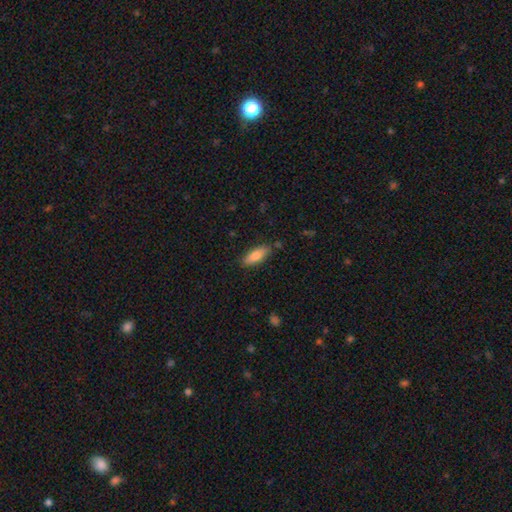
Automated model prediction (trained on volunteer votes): Q: Smooth or featured?
A: smooth (82%); runner-up: featured or disk (11%)
Q: How rounded?
A: in between (64%); runner-up: cigar-shaped (34%)
Q: Merging?
A: none (83%); runner-up: minor disturbance (12%)